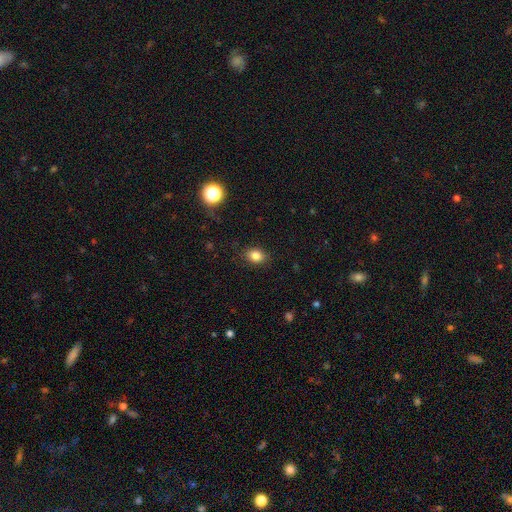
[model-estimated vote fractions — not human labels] Smooth or featured: smooth — 83% (star or artifact — 11%)
How rounded: in between — 64% (round — 34%)
Merging: none — 87% (minor disturbance — 10%)